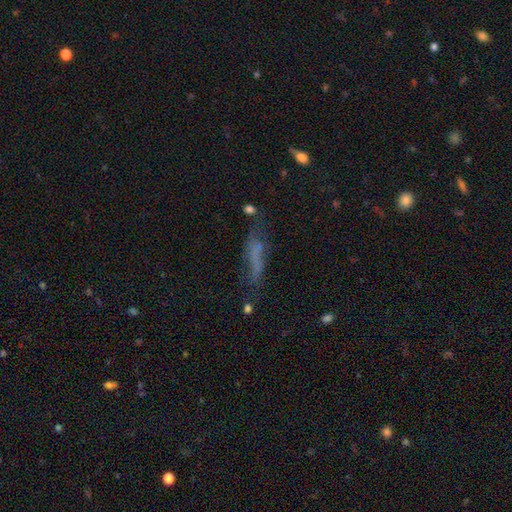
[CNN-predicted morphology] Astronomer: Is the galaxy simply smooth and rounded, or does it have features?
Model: smooth — 53% (runner-up: featured or disk, 30%).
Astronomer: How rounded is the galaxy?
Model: cigar-shaped — 76%.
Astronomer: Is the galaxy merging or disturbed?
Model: none — 53%.